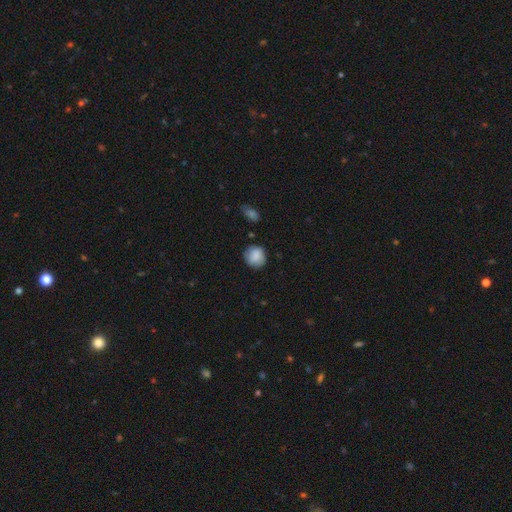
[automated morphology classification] A smooth galaxy with no disk features (83%) that is round (84%).

Vote fractions:
- Smooth or featured? smooth: 83% / featured or disk: 10% / star or artifact: 8%
- How rounded? round: 84% / in between: 15% / cigar-shaped: 1%
- Merging? none: 77% / minor disturbance: 17% / major disturbance: 4% / merger: 2%